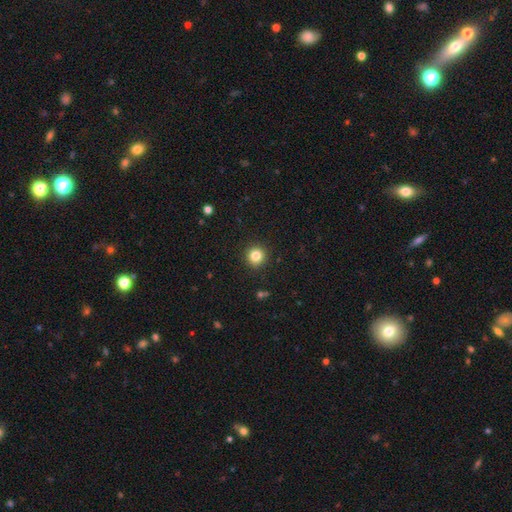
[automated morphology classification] smooth-or-featured: smooth: 83% | star or artifact: 11% | featured or disk: 5%
  how-rounded: round: 94% | in between: 5% | cigar-shaped: 1%
  merging: none: 92% | minor disturbance: 5% | major disturbance: 2% | merger: 1%